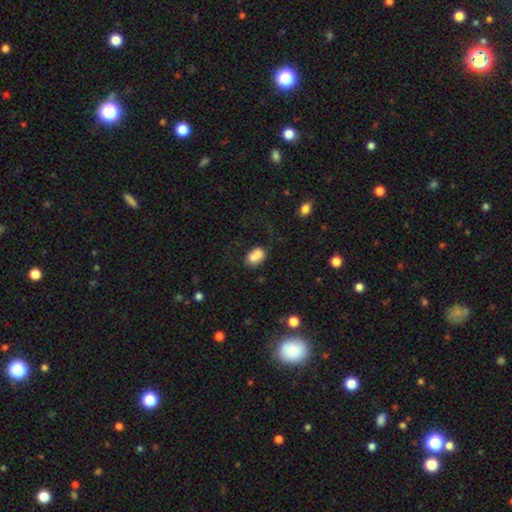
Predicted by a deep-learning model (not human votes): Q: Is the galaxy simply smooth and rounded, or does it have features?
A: smooth — 74%.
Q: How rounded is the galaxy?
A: in between — 55%.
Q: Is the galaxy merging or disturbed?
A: merger — 52%.